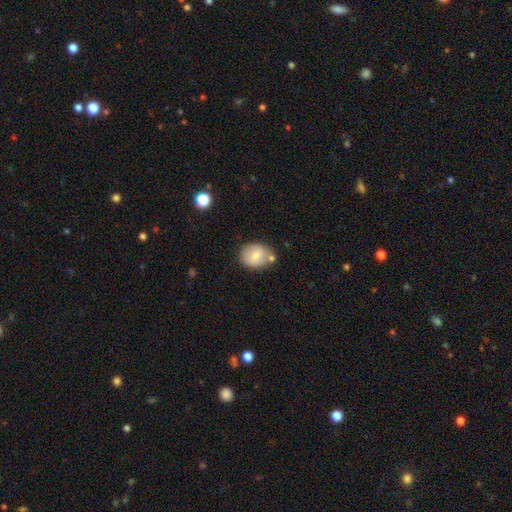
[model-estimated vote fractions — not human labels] Morphology: type=smooth (71%); roundness=round (54%); merging=none (69%).